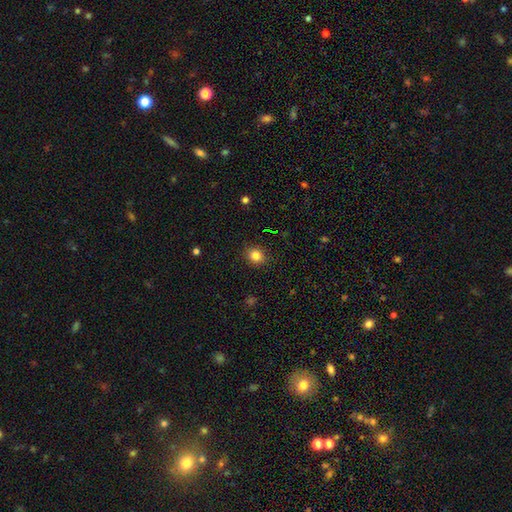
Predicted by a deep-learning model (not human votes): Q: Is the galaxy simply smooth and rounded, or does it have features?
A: smooth — 82%.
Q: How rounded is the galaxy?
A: round — 78%.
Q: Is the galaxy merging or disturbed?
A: none — 90%.